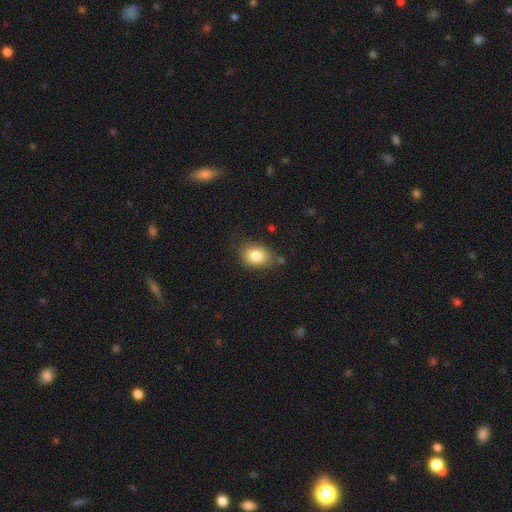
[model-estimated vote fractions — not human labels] A smooth galaxy with no disk features (84%) that is in between round and cigar-shaped (66%). Merging: none (73%).